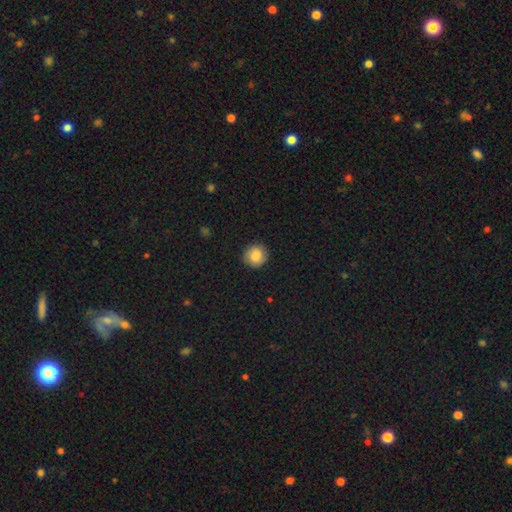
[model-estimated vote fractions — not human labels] smooth-or-featured: smooth: 83% | featured or disk: 9% | star or artifact: 9%
  how-rounded: round: 92% | in between: 7% | cigar-shaped: 1%
  merging: none: 89% | minor disturbance: 8% | major disturbance: 2% | merger: 1%